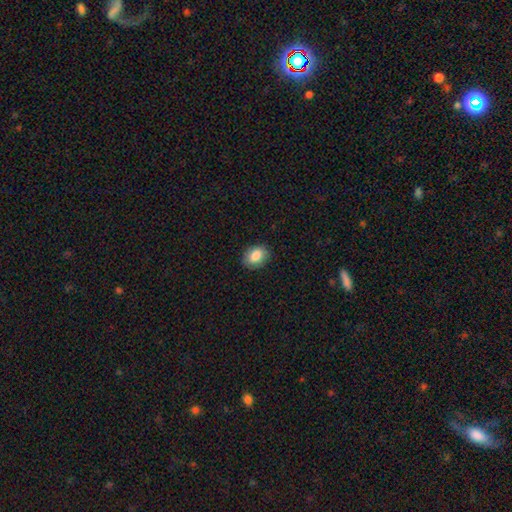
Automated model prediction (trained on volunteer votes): The model was most divided on "how rounded": in between: 73%, round: 26%, cigar-shaped: 1%. More confident: merging — none (86%); smooth or featured — smooth (86%).